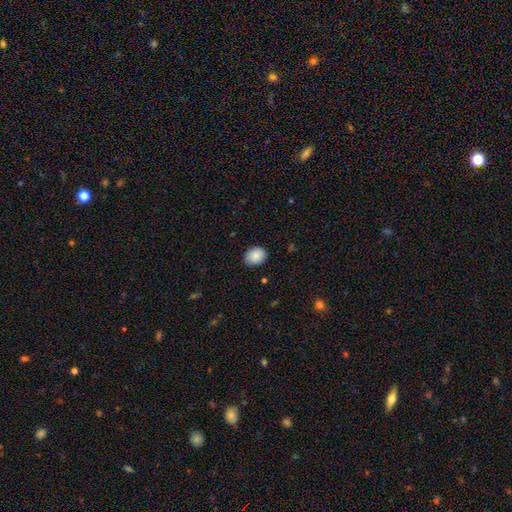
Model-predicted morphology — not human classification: The model was most divided on "how rounded": in between: 57%, round: 42%, cigar-shaped: 1%. More confident: smooth or featured — smooth (89%); merging — none (88%).